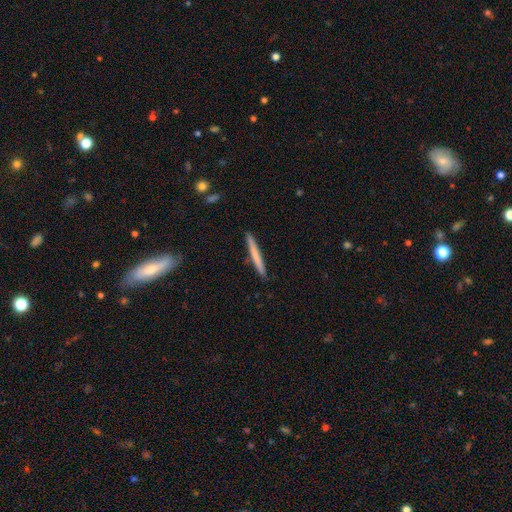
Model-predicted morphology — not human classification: type=smooth (66%); roundness=cigar-shaped (97%); merging=none (91%).